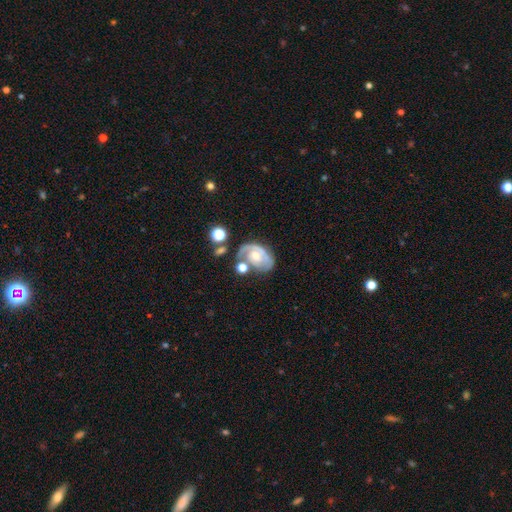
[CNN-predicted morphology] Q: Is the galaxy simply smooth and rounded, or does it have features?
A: featured or disk — 78%.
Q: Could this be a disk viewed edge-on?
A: no — 97%.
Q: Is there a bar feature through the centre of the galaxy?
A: no — 69%.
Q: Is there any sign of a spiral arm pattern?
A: yes — 89%.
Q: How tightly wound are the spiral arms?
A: tight — 57%.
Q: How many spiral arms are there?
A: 2 — 43%.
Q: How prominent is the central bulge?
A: moderate — 47%.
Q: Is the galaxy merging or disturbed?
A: none — 46%.